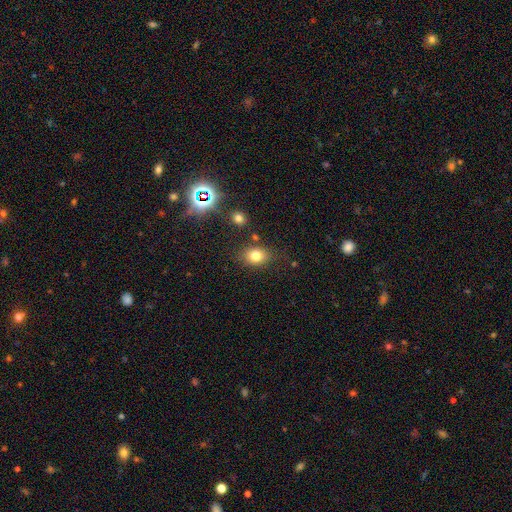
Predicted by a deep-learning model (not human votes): Smooth or featured? smooth (78%)
How rounded? in between (58%)
Merging? none (78%)